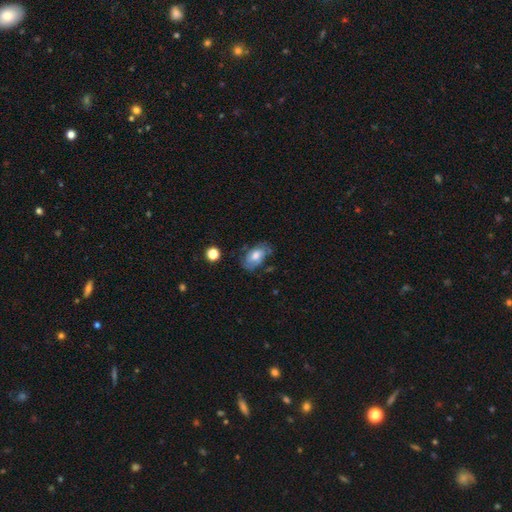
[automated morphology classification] This is possibly a featured or disk galaxy (47%). Merging: likely none (61%).